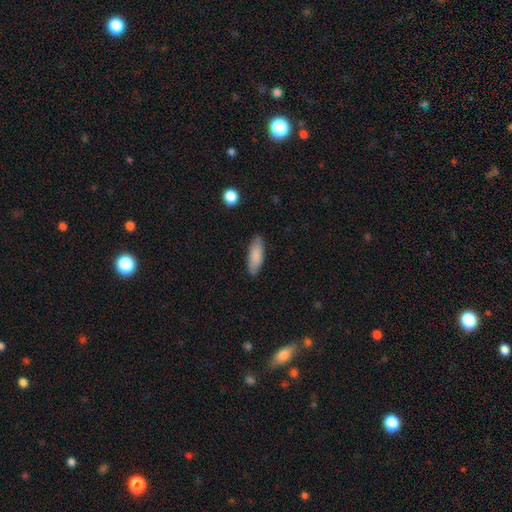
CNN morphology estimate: A smooth galaxy with no disk features (86%) that is in between round and cigar-shaped (64%).

Vote fractions:
- Smooth or featured? smooth: 86% / featured or disk: 8% / star or artifact: 6%
- How rounded? in between: 64% / cigar-shaped: 34% / round: 2%
- Merging? none: 82% / minor disturbance: 14% / major disturbance: 2% / merger: 1%